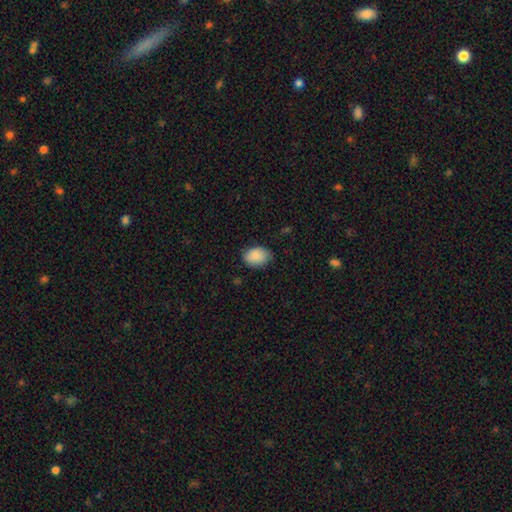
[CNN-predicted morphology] A smooth galaxy with no disk features (86%) that is in between round and cigar-shaped (79%). Merging: none (75%).